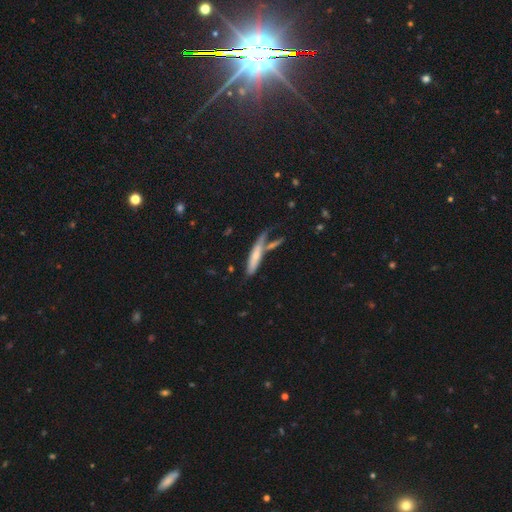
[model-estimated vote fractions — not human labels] Smooth or featured? Predicted: smooth (p=0.56). How rounded? Predicted: cigar-shaped (p=0.78). Merging? Predicted: none (p=0.45).